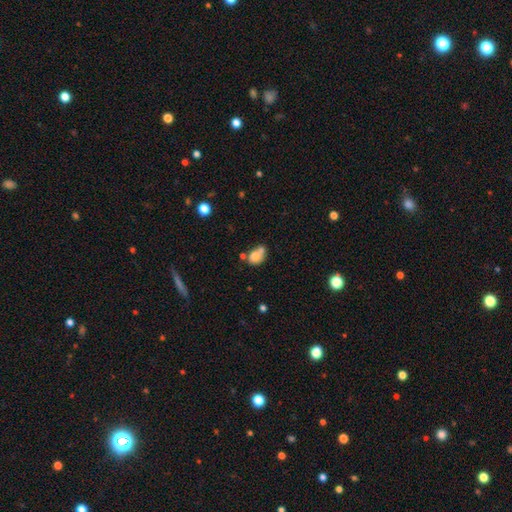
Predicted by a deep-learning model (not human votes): Overall: smooth (73%). How rounded: in between (63%; round 35%). Merging: merger (42%; none 30%).